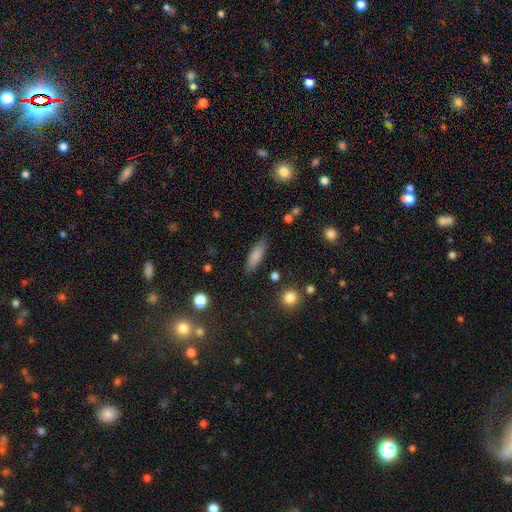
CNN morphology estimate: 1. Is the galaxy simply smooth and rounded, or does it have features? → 84% smooth, 9% featured or disk, 7% star or artifact.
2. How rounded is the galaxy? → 51% in between, 47% cigar-shaped, 2% round.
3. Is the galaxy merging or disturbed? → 85% none, 10% minor disturbance, 3% major disturbance, 2% merger.